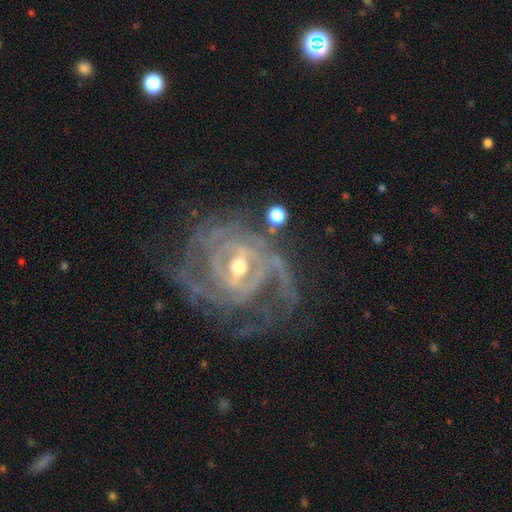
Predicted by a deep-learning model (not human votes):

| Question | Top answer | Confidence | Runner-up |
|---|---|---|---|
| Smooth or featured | featured or disk | 90% | star or artifact (6%) |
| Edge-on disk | no | 97% | yes (3%) |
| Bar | weak | 43% | strong (42%) |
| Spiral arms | yes | 95% | no (5%) |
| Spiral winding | tight | 62% | medium (30%) |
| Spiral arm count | can't tell | 29% | 3 (22%) |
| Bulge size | moderate | 58% | small (37%) |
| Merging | none | 58% | minor disturbance (20%) |